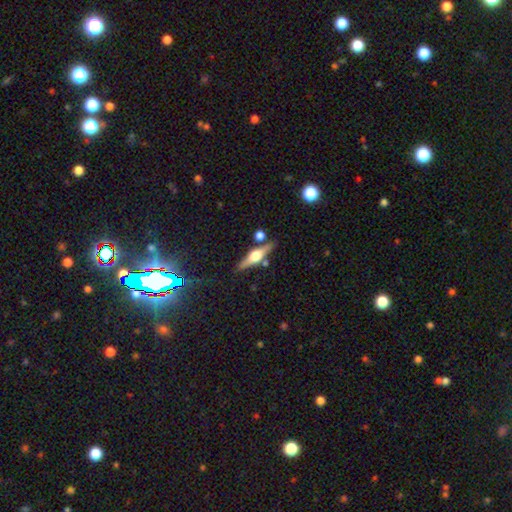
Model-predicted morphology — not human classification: Q: Smooth or featured?
A: featured or disk (70%); runner-up: smooth (24%)
Q: Edge-on disk?
A: yes (96%); runner-up: no (4%)
Q: Edge-on bulge?
A: rounded (92%); runner-up: boxy (6%)
Q: Merging?
A: none (79%); runner-up: minor disturbance (11%)